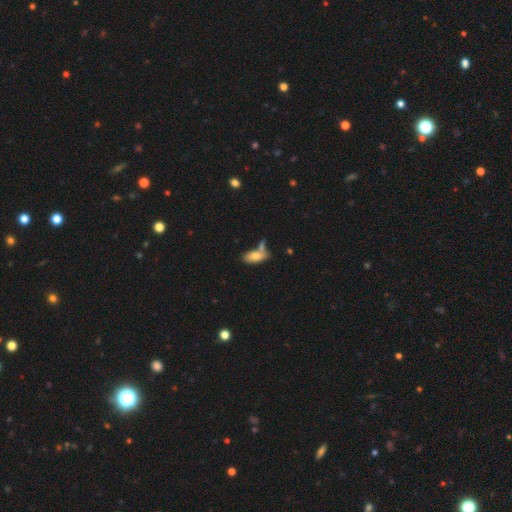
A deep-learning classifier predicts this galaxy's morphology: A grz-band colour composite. It shows a smooth galaxy with no disk features (74%) that is in between round and cigar-shaped (84%). Merging: none (47%).